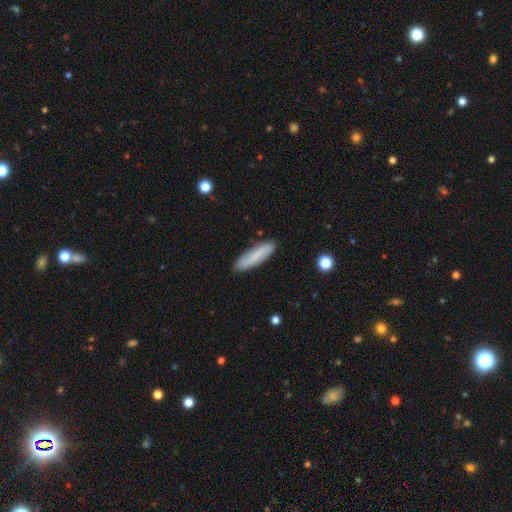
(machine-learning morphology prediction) Overall: smooth (60%; featured or disk 33%). How rounded: cigar-shaped (70%). Merging: none (87%).